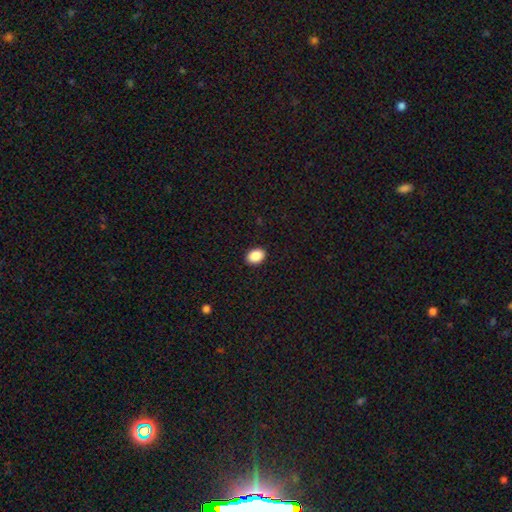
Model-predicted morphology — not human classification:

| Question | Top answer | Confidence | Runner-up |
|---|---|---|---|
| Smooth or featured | smooth | 89% | star or artifact (8%) |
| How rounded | in between | 79% | round (20%) |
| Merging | none | 91% | minor disturbance (7%) |